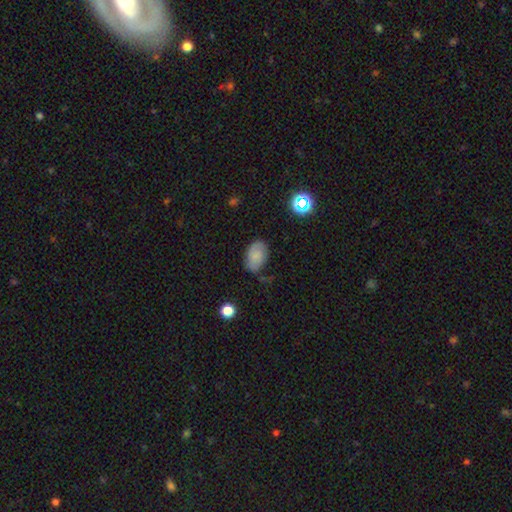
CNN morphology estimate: smooth 66%, featured or disk 23%, star or artifact 11%. Down the decision tree: how rounded — in between (87%); merging — none (66%).